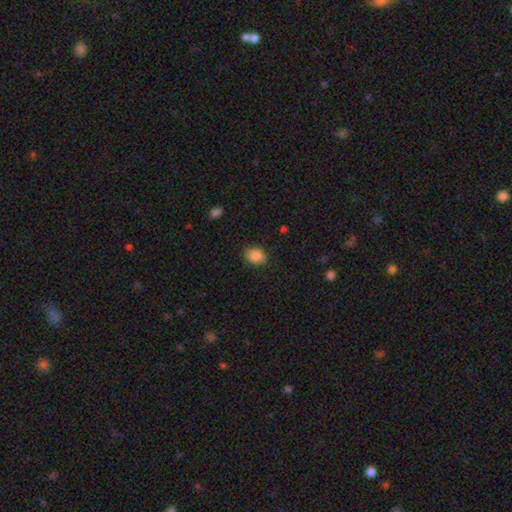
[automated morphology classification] A smooth galaxy with no disk features (87%) that is in between round and cigar-shaped (55%).

Vote fractions:
- Smooth or featured? smooth: 87% / star or artifact: 9% / featured or disk: 4%
- How rounded? in between: 55% / round: 44% / cigar-shaped: 1%
- Merging? none: 85% / minor disturbance: 11% / major disturbance: 3% / merger: 1%